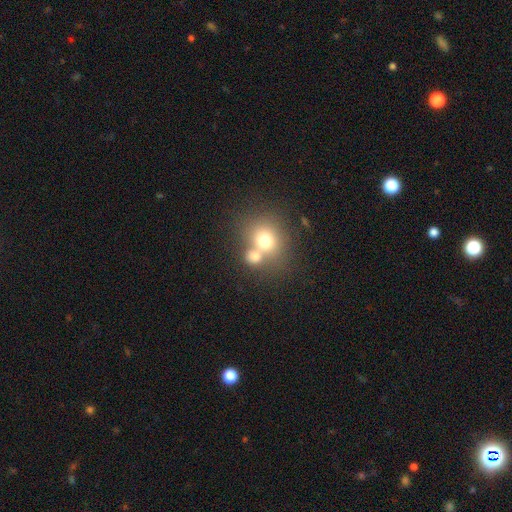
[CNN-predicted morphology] Q: Smooth or featured?
A: smooth (72%); runner-up: featured or disk (16%)
Q: How rounded?
A: round (69%); runner-up: in between (29%)
Q: Merging?
A: merger (51%); runner-up: none (37%)